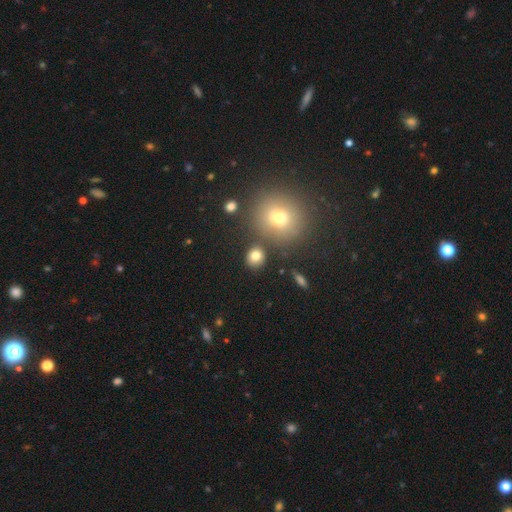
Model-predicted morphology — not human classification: The model was most divided on "how rounded": round: 82%, in between: 17%, cigar-shaped: 1%. More confident: merging — none (82%); smooth or featured — smooth (80%).